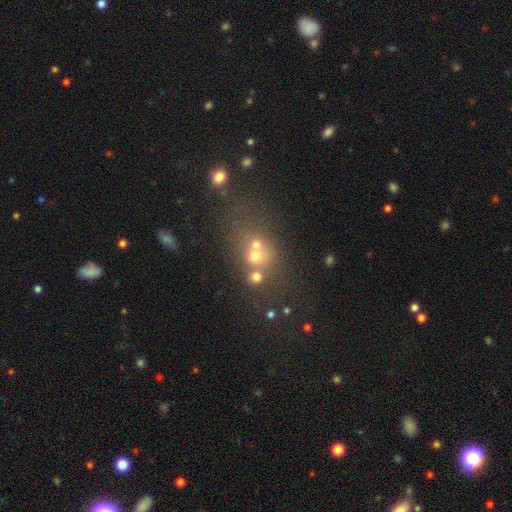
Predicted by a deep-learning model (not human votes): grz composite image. It shows a smooth galaxy with no disk features (53%) that is round (67%). Merging: merger (47%).